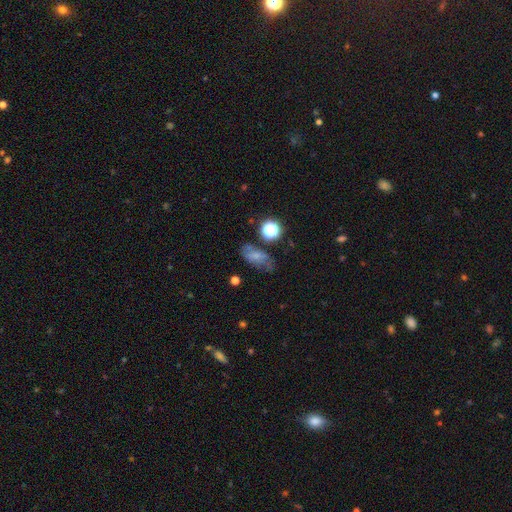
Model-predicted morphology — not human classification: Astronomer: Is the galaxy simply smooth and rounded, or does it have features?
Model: smooth — 54% (runner-up: featured or disk, 30%).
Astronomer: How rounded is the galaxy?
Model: in between — 79%.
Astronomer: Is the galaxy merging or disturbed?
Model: none — 57%.